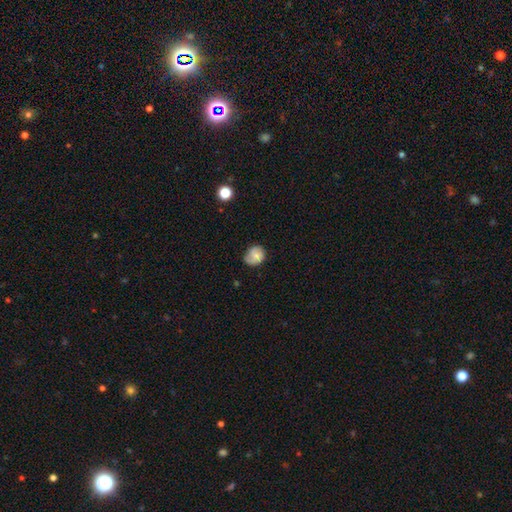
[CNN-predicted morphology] This appears to be a smooth galaxy with no disk features (64%) that is round (66%). Merging: none (58%).